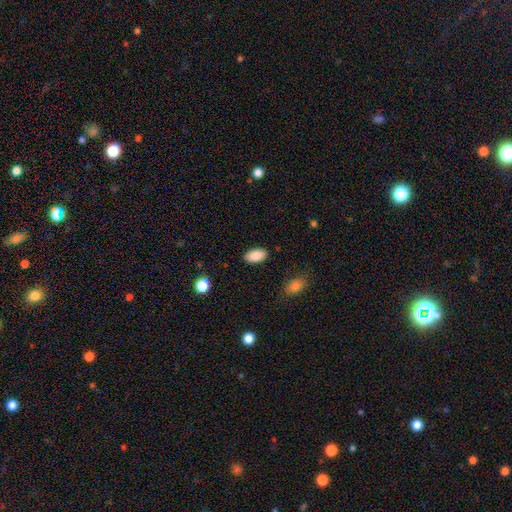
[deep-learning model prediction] Q: Smooth or featured?
A: smooth (88%); runner-up: star or artifact (7%)
Q: How rounded?
A: in between (94%); runner-up: round (3%)
Q: Merging?
A: none (88%); runner-up: minor disturbance (9%)